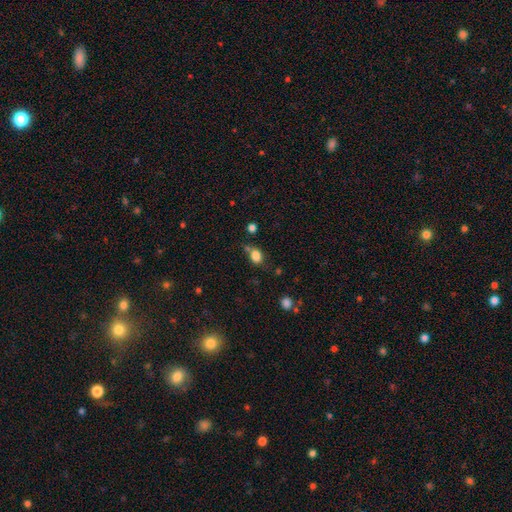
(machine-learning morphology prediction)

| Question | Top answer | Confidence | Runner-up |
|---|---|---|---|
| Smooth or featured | smooth | 82% | star or artifact (11%) |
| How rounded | in between | 55% | round (43%) |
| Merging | none | 56% | minor disturbance (21%) |